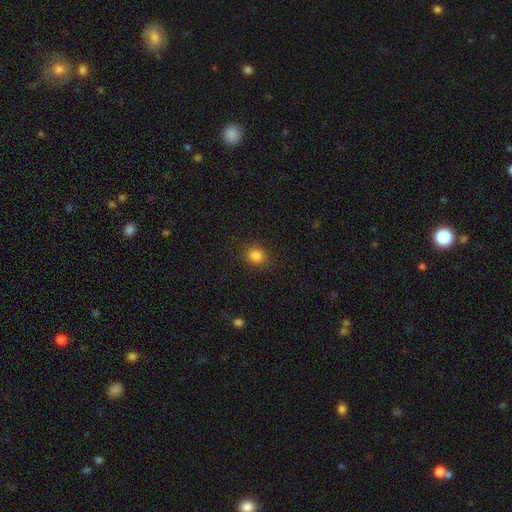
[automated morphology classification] Smooth or featured?
  - smooth: 84% *
  - star or artifact: 12%
  - featured or disk: 4%
How rounded?
  - round: 77% *
  - in between: 22%
  - cigar-shaped: 1%
Merging?
  - none: 88% *
  - minor disturbance: 8%
  - major disturbance: 3%
  - merger: 1%